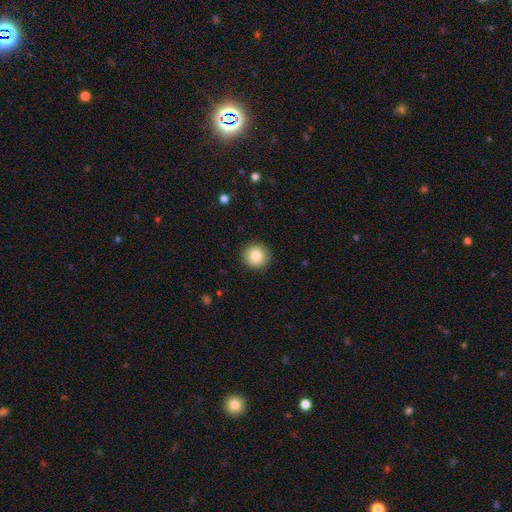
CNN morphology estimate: This is clearly a smooth galaxy (84%). How rounded: clearly round (93%). Merging: clearly none (91%).